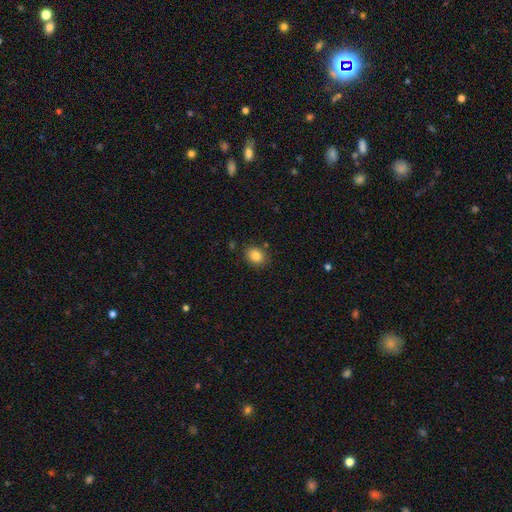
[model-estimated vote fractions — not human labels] This appears to be a smooth galaxy with no disk features (84%) that is round (53%). Merging: none (84%).